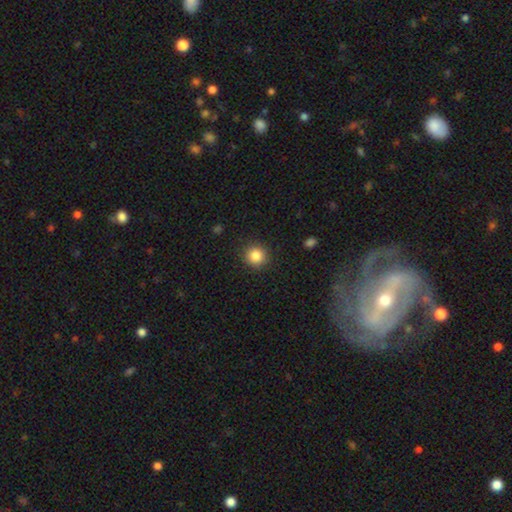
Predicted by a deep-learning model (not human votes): Q: Smooth or featured?
A: smooth (85%); runner-up: star or artifact (10%)
Q: How rounded?
A: round (93%); runner-up: in between (7%)
Q: Merging?
A: none (90%); runner-up: minor disturbance (7%)